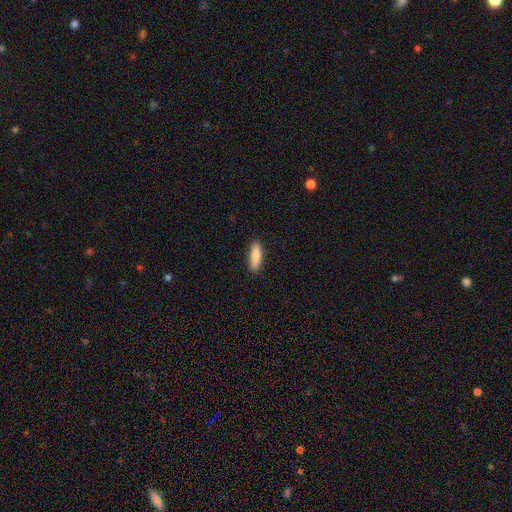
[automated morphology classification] smooth-or-featured: smooth: 84% | featured or disk: 10% | star or artifact: 6%
  how-rounded: cigar-shaped: 62% | in between: 36% | round: 2%
  merging: none: 90% | minor disturbance: 7% | major disturbance: 2% | merger: 1%